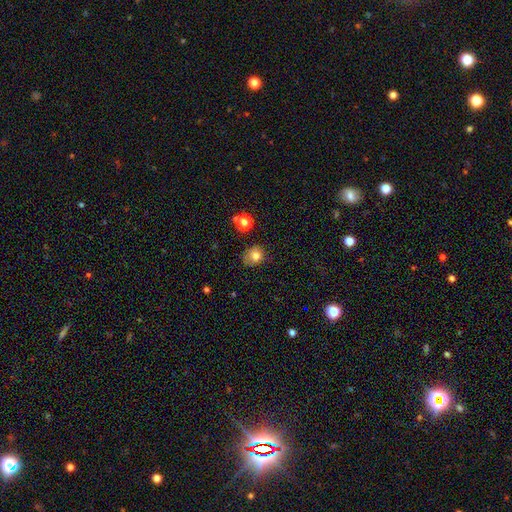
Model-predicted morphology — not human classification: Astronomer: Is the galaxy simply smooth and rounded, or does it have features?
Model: smooth — 79%.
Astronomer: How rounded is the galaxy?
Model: round — 69%.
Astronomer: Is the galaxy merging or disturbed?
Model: none — 74%.